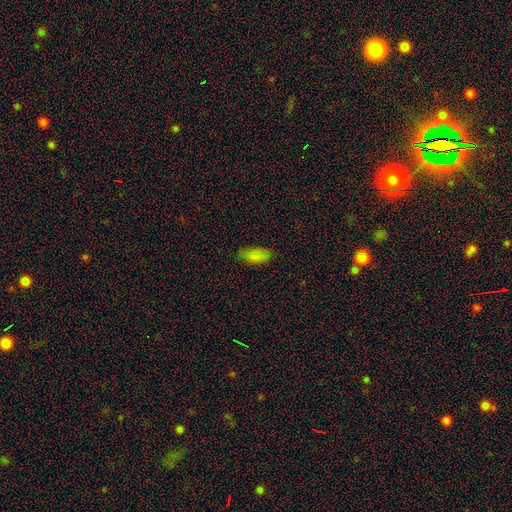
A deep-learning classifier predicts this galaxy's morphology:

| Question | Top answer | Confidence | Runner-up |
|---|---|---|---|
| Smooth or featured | smooth | 79% | star or artifact (13%) |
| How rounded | in between | 92% | cigar-shaped (6%) |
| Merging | none | 79% | minor disturbance (16%) |